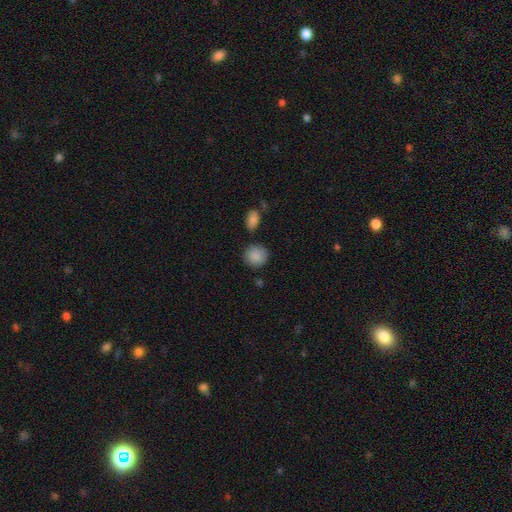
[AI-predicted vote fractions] Smooth or featured: smooth — 88% (star or artifact — 8%)
How rounded: round — 87% (in between — 12%)
Merging: none — 81% (minor disturbance — 12%)